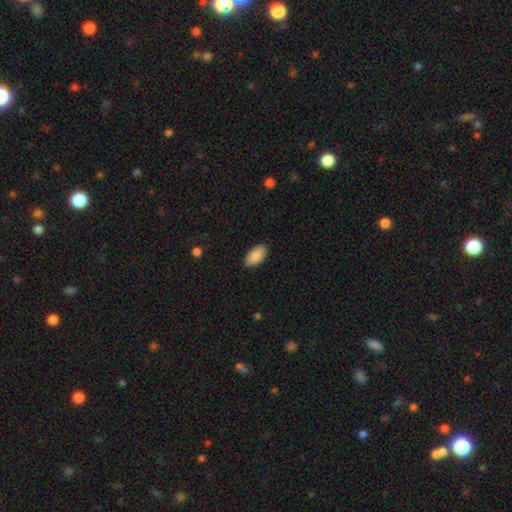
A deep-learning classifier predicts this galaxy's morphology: Smooth or featured?
  - smooth: 89% *
  - star or artifact: 6%
  - featured or disk: 5%
How rounded?
  - in between: 95% *
  - round: 3%
  - cigar-shaped: 2%
Merging?
  - none: 89% *
  - minor disturbance: 8%
  - major disturbance: 2%
  - merger: 1%